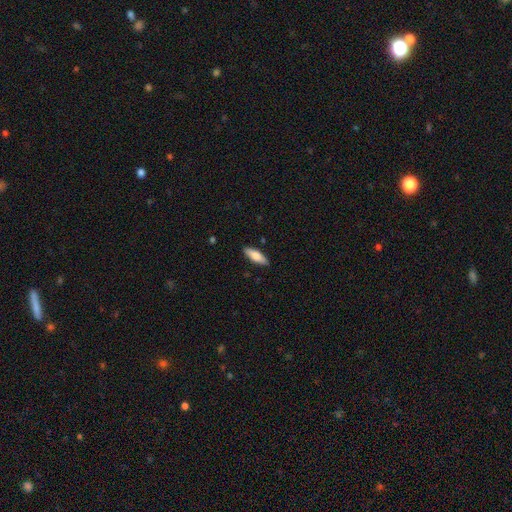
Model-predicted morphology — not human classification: This appears to be a smooth galaxy with no disk features (75%) that is in between round and cigar-shaped (57%). Merging: none (88%).